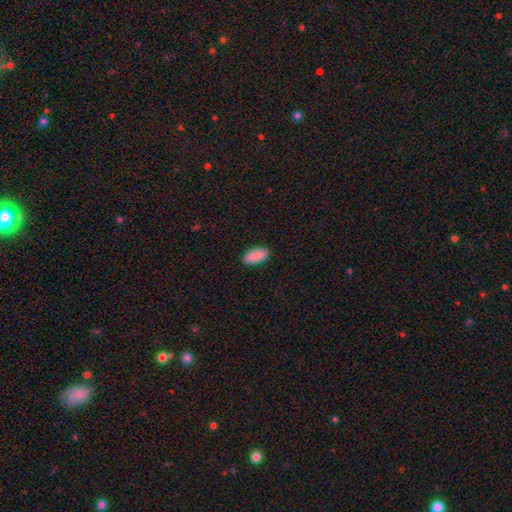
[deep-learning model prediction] A smooth galaxy with no disk features (91%) that is in between round and cigar-shaped (93%). Merging: none (90%).